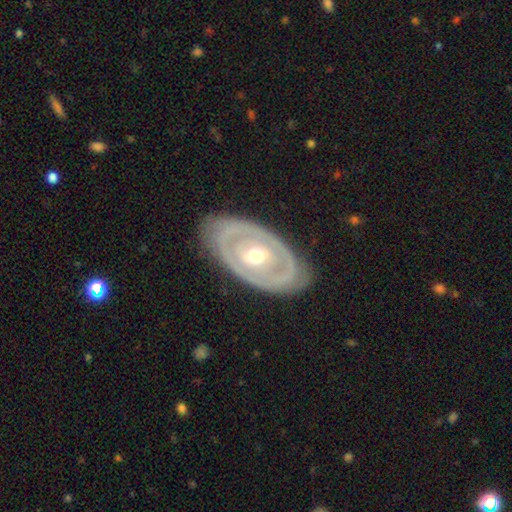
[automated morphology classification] smooth-or-featured: featured or disk: 75% | smooth: 21% | star or artifact: 4%
  disk-edge-on: no: 91% | yes: 9%
    bar: no: 84% | weak: 11% | strong: 5%
    has-spiral-arms: no: 68% | yes: 32%
    bulge-size: moderate: 69% | small: 26% | large: 4% | dominant: 1% | none: 1%
  merging: none: 82% | minor disturbance: 13% | major disturbance: 4% | merger: 1%